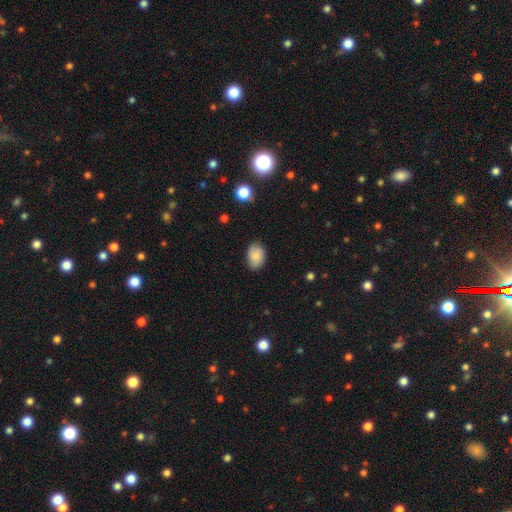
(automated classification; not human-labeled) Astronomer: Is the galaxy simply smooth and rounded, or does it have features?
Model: smooth — 84%.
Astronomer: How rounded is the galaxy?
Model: in between — 81%.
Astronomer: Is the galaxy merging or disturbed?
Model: none — 80%.